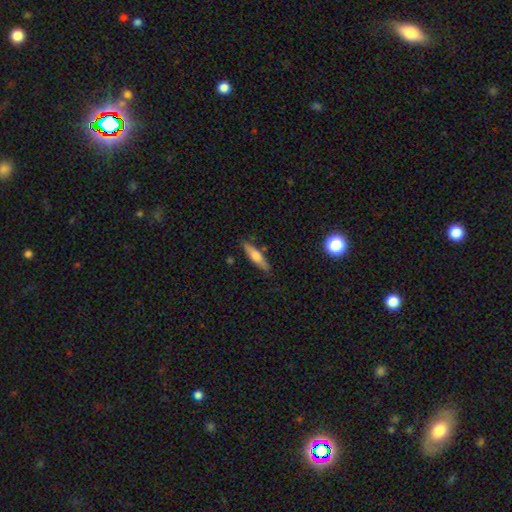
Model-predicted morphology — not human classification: type=smooth (57%); roundness=cigar-shaped (76%); merging=none (80%).